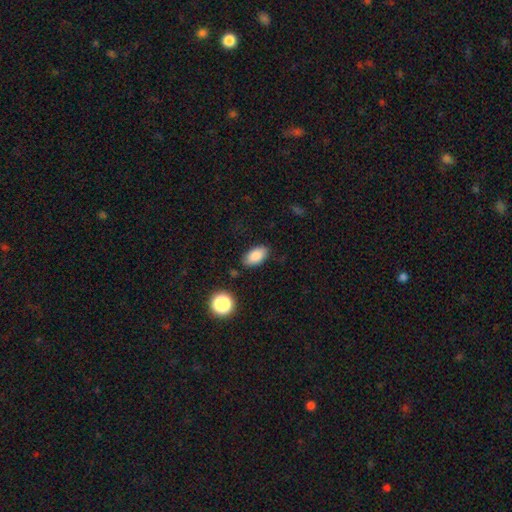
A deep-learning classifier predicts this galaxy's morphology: Q: Smooth or featured?
A: smooth (85%); runner-up: star or artifact (9%)
Q: How rounded?
A: in between (91%); runner-up: round (6%)
Q: Merging?
A: none (83%); runner-up: minor disturbance (12%)